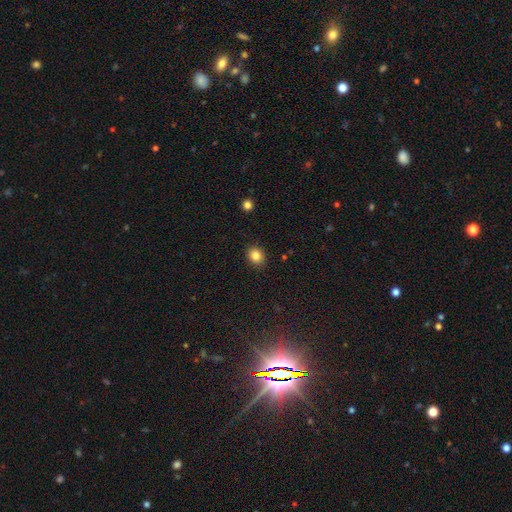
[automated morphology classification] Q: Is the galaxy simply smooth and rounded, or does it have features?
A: smooth — 84%.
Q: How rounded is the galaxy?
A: round — 59%.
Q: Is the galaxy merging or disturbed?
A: none — 89%.